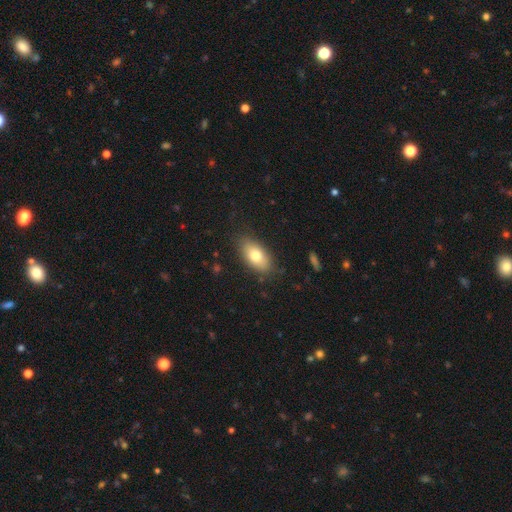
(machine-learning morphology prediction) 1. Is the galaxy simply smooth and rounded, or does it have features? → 76% smooth, 17% featured or disk, 7% star or artifact.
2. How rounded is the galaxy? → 90% in between, 5% round, 5% cigar-shaped.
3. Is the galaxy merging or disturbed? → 82% none, 13% minor disturbance, 3% major disturbance, 1% merger.